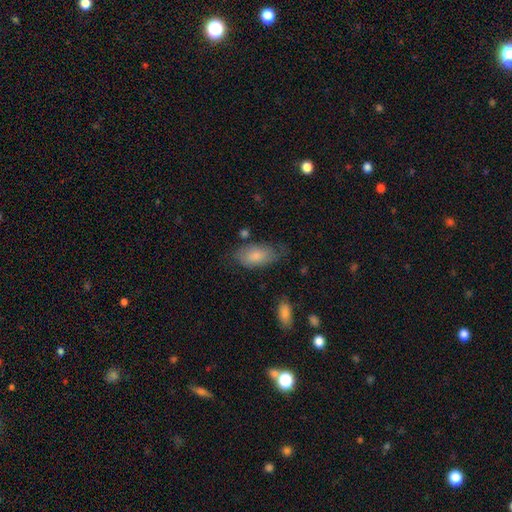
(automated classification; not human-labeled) A smooth galaxy with no disk features (79%) that is in between round and cigar-shaped (93%). Merging: none (59%).